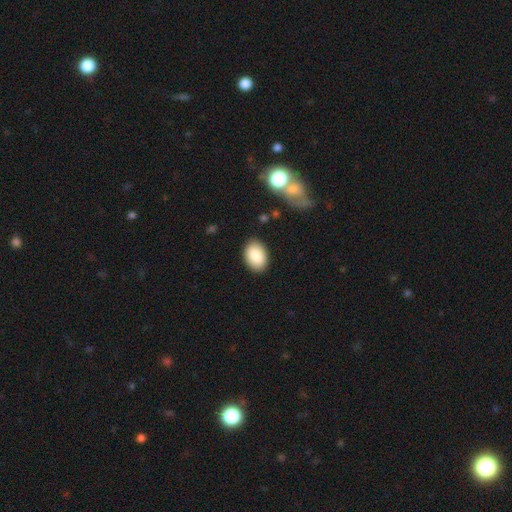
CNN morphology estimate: Smooth or featured: smooth — 86% (featured or disk — 7%)
How rounded: in between — 86% (round — 13%)
Merging: none — 88% (minor disturbance — 9%)